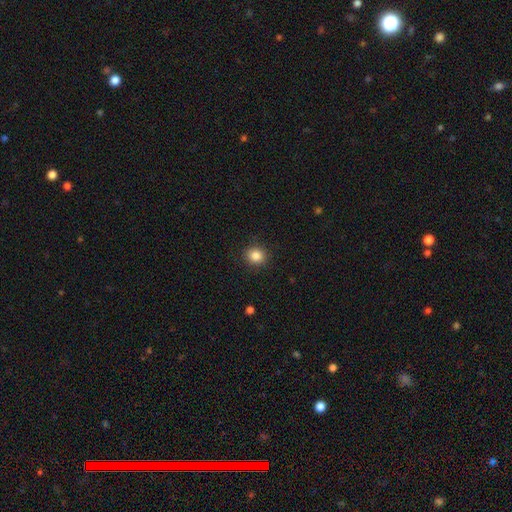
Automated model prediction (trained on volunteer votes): Smooth or featured? Predicted: smooth (p=0.85). How rounded? Predicted: round (p=0.85). Merging? Predicted: none (p=0.91).